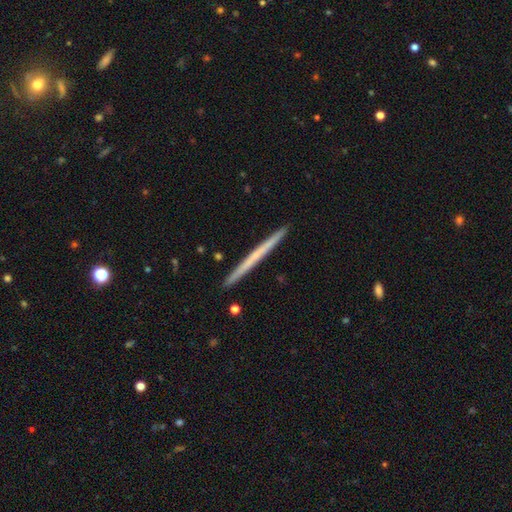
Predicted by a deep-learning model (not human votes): featured or disk 51%, smooth 44%, star or artifact 5%. Down the decision tree: edge-on disk — yes (98%); merging — none (93%).